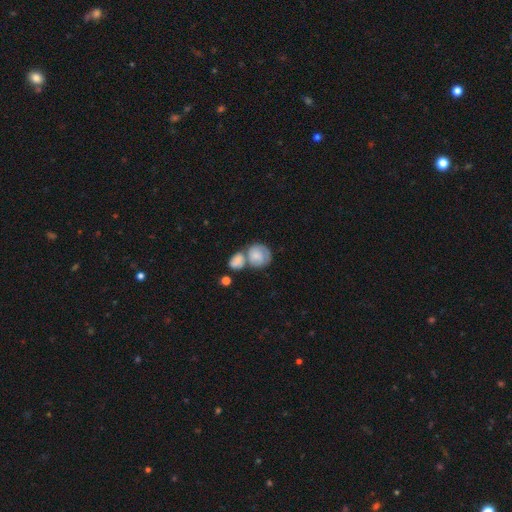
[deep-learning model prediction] Q: Smooth or featured?
A: smooth (54%); runner-up: featured or disk (37%)
Q: How rounded?
A: round (69%); runner-up: in between (29%)
Q: Merging?
A: merger (54%); runner-up: none (29%)